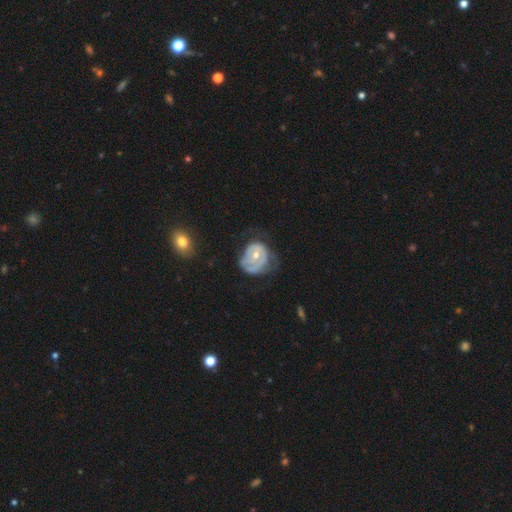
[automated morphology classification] Overall: featured or disk (68%). Edge-on disk: no (97%). Bar: no (67%). Spiral arms: yes (72%). Bulge size: moderate (57%; small 39%). Merging: none (42%; minor disturbance 29%).